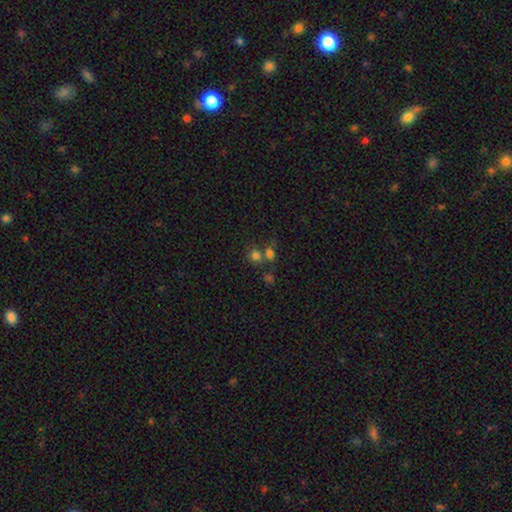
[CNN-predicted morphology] A smooth galaxy with no disk features (72%) that is round (82%).

Vote fractions:
- Smooth or featured? smooth: 72% / star or artifact: 19% / featured or disk: 9%
- How rounded? round: 82% / in between: 17% / cigar-shaped: 1%
- Merging? none: 53% / merger: 35% / minor disturbance: 8% / major disturbance: 4%